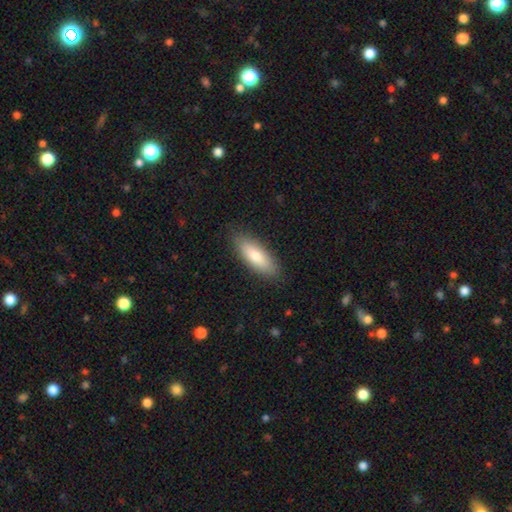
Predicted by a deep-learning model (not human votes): Smooth or featured? smooth (76%)
How rounded? in between (61%)
Merging? none (88%)